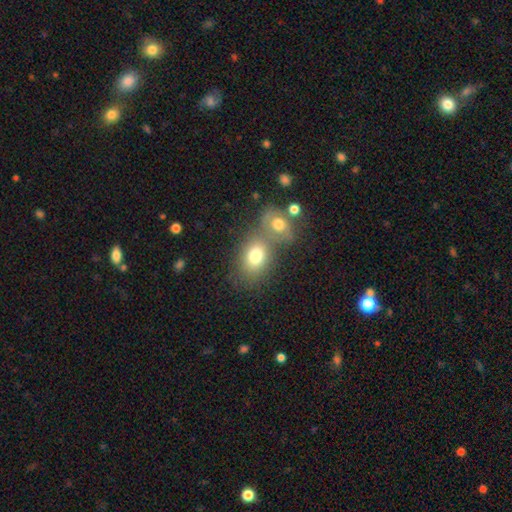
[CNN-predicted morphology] Q: Smooth or featured?
A: smooth (75%); runner-up: featured or disk (14%)
Q: How rounded?
A: in between (60%); runner-up: round (39%)
Q: Merging?
A: none (42%); runner-up: merger (41%)